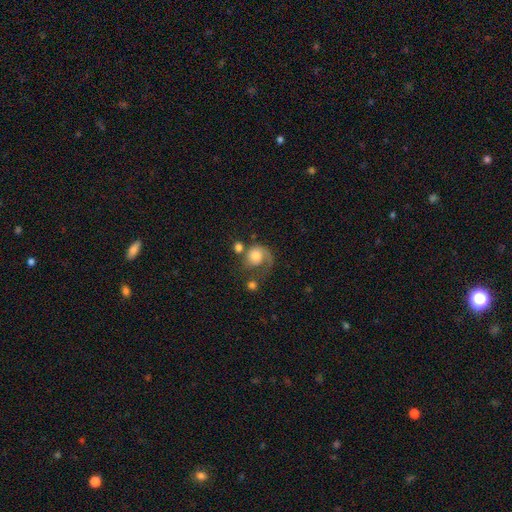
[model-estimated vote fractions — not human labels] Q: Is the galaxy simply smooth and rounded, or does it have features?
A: smooth — 47%.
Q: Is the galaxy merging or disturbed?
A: major disturbance — 34%.